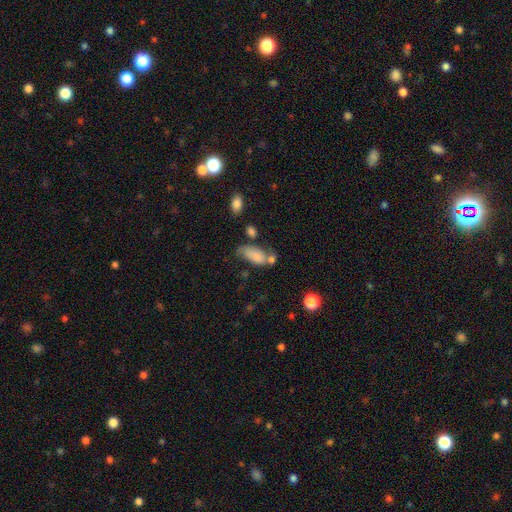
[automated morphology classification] smooth-or-featured: smooth: 76% | featured or disk: 16% | star or artifact: 8%
  how-rounded: in between: 90% | cigar-shaped: 7% | round: 4%
  merging: none: 32% | minor disturbance: 26% | merger: 25% | major disturbance: 17%